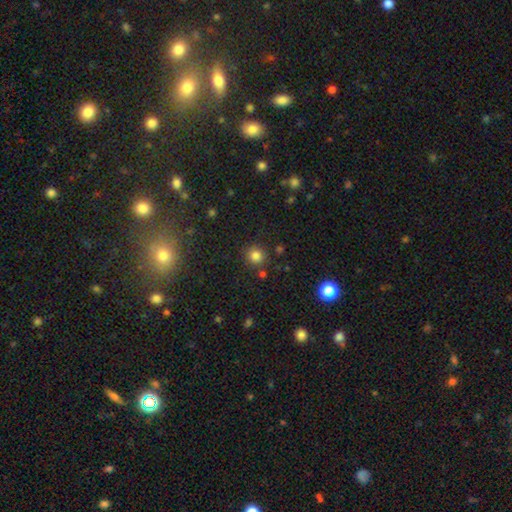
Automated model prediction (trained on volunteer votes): Overall: smooth (81%). How rounded: round (92%). Merging: none (85%).